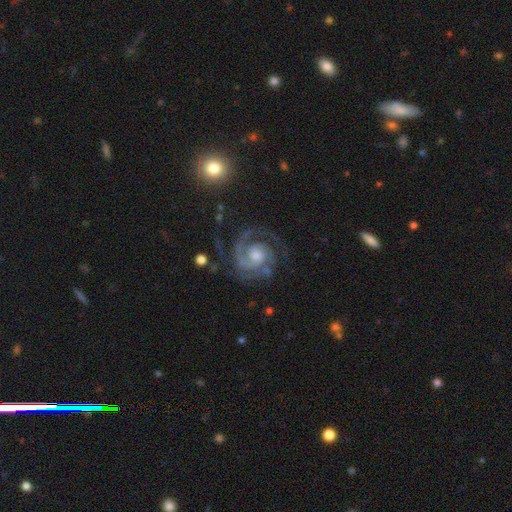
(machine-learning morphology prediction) Smooth or featured? featured or disk (91%)
Edge-on disk? no (98%)
Bar? no (67%)
Spiral arms? yes (98%)
Spiral winding? tight (58%)
Spiral arm count? 2 (65%)
Bulge size? moderate (53%)
Merging? none (73%)